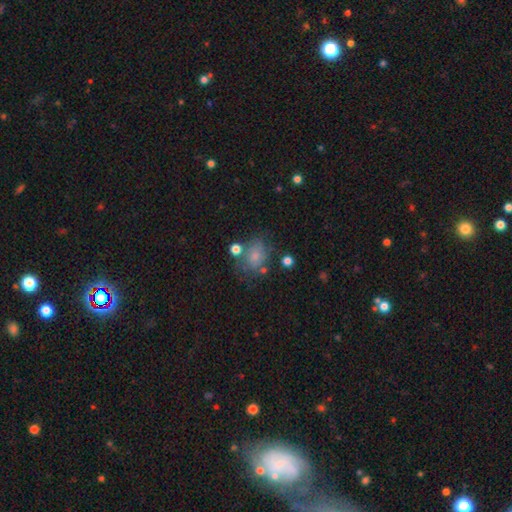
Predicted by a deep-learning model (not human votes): A smooth galaxy with no disk features (72%) that is in between round and cigar-shaped (56%). Merging: none (54%).